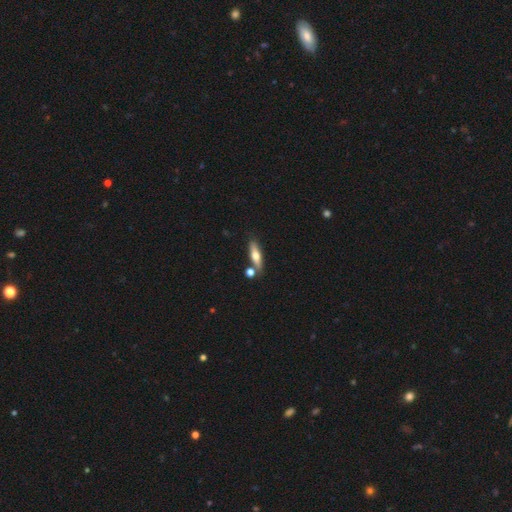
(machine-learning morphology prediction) Smooth or featured? smooth (48%)
Merging? none (76%)